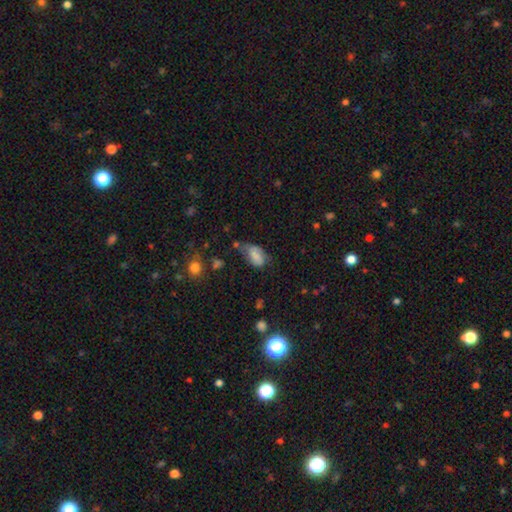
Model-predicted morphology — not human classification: type=smooth (68%); roundness=in between (89%); merging=minor disturbance (37%).